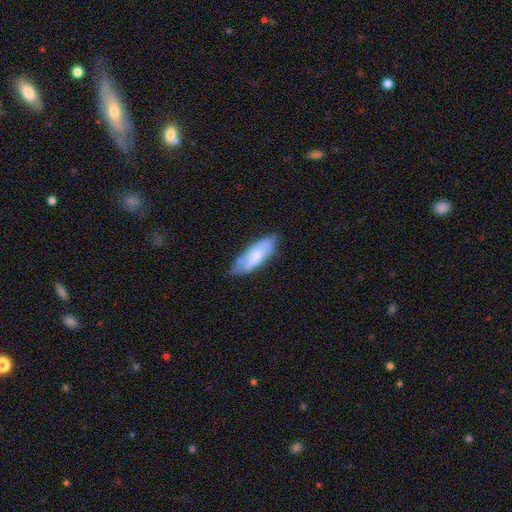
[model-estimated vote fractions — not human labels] smooth 67%, featured or disk 27%, star or artifact 6%. Down the decision tree: how rounded — in between (64%); merging — none (69%).